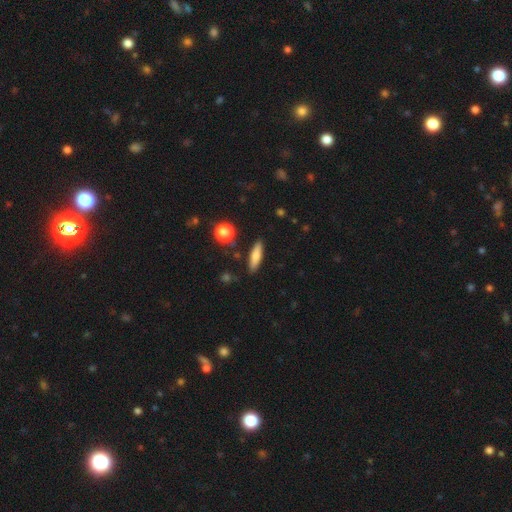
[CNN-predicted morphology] This is likely a smooth galaxy (73%). How rounded: likely cigar-shaped (66%). Merging: clearly none (85%).